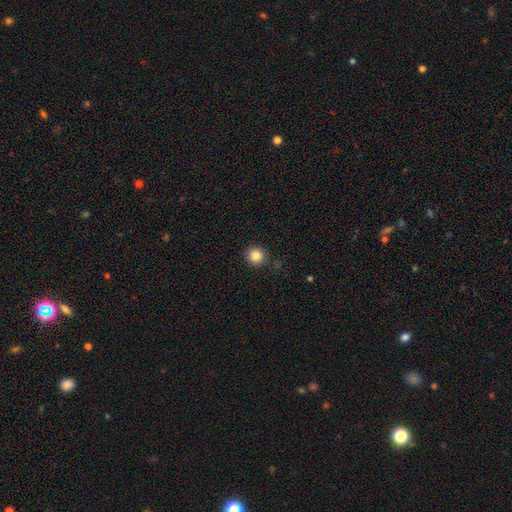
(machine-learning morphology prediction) smooth-or-featured: smooth: 85% | star or artifact: 11% | featured or disk: 4%
  how-rounded: round: 94% | in between: 5% | cigar-shaped: 1%
  merging: none: 89% | minor disturbance: 7% | major disturbance: 2% | merger: 2%